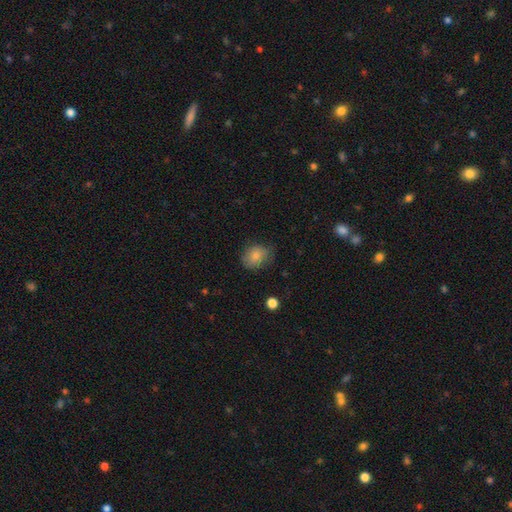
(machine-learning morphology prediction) smooth 83%, featured or disk 8%, star or artifact 8%. Down the decision tree: how rounded — in between (52%); merging — none (69%).